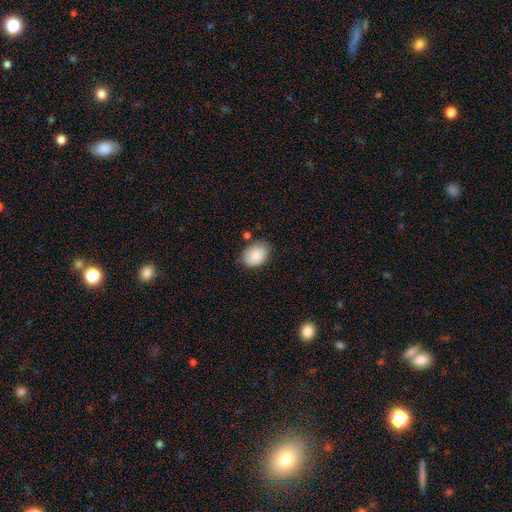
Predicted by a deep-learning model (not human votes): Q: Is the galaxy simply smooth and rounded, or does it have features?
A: smooth — 85%.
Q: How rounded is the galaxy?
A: in between — 69%.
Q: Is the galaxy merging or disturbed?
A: none — 71%.